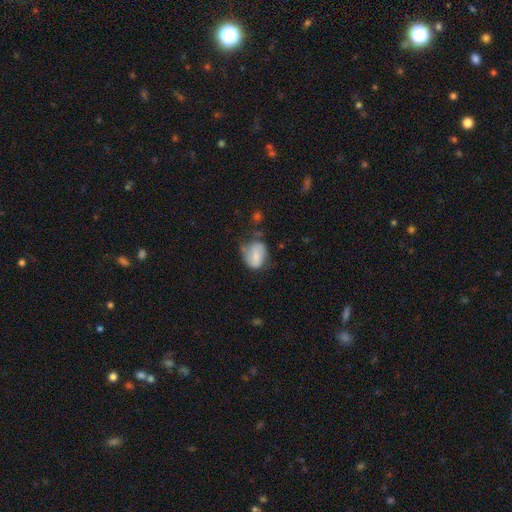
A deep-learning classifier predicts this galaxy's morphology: Smooth or featured?
  - smooth: 65% *
  - featured or disk: 27%
  - star or artifact: 8%
How rounded?
  - in between: 60% *
  - round: 39%
  - cigar-shaped: 1%
Merging?
  - none: 46% *
  - minor disturbance: 34%
  - major disturbance: 15%
  - merger: 5%